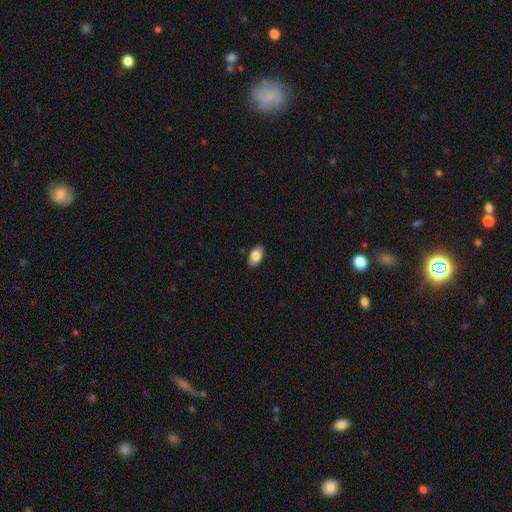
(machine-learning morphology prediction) type=smooth (82%); roundness=in between (92%); merging=none (87%).